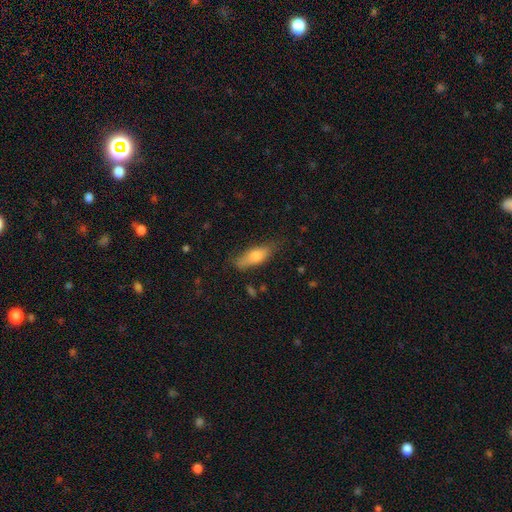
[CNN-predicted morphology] smooth 70%, featured or disk 23%, star or artifact 7%. Down the decision tree: how rounded — in between (58%); merging — none (71%).